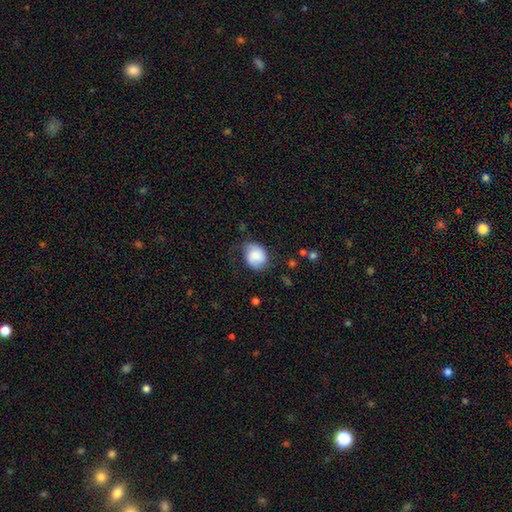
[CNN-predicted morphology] Q: Smooth or featured?
A: smooth (78%); runner-up: featured or disk (14%)
Q: How rounded?
A: round (61%); runner-up: in between (38%)
Q: Merging?
A: none (51%); runner-up: minor disturbance (32%)